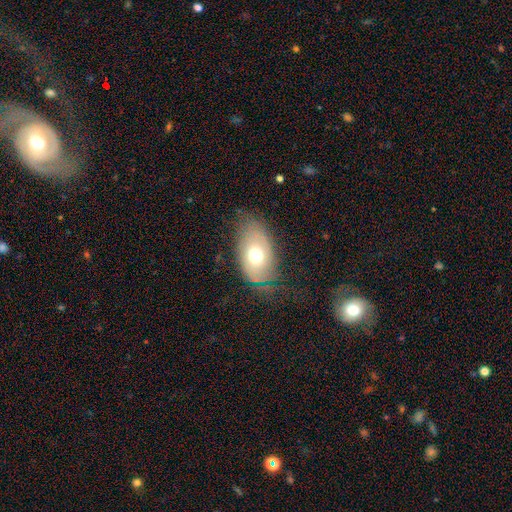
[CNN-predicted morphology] type=smooth (61%); roundness=in between (89%); merging=none (66%).